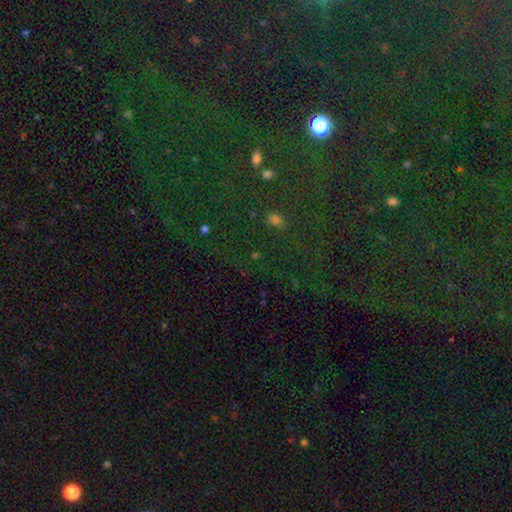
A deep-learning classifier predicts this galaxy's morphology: This is possibly a star or artifact rather than a galaxy (57%).